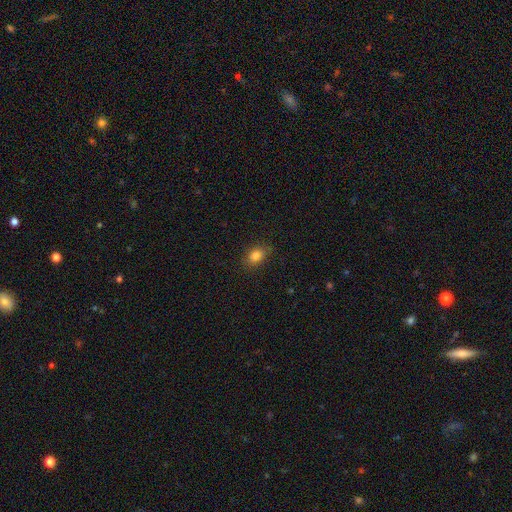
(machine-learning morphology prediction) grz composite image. It shows a smooth galaxy with no disk features (83%) that is in between round and cigar-shaped (64%). Merging: none (81%).